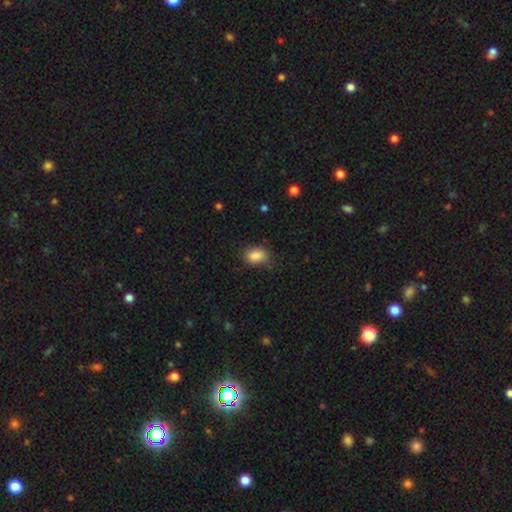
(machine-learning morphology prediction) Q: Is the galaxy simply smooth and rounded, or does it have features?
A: smooth — 87%.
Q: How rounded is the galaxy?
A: in between — 81%.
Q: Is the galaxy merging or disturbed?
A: none — 75%.